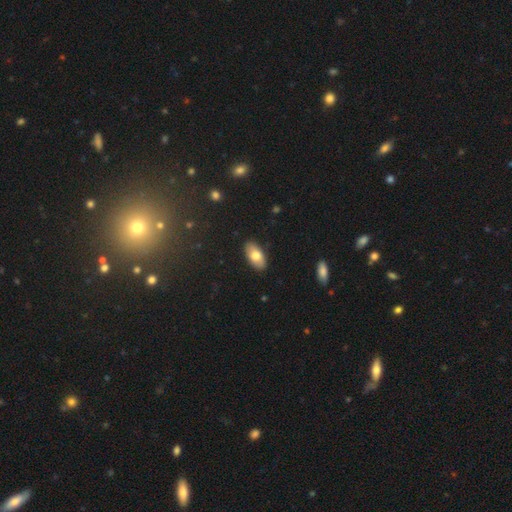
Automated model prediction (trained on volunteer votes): smooth-or-featured: smooth: 74% | featured or disk: 19% | star or artifact: 6%
  how-rounded: in between: 93% | cigar-shaped: 4% | round: 3%
  merging: none: 88% | minor disturbance: 9% | major disturbance: 2% | merger: 1%